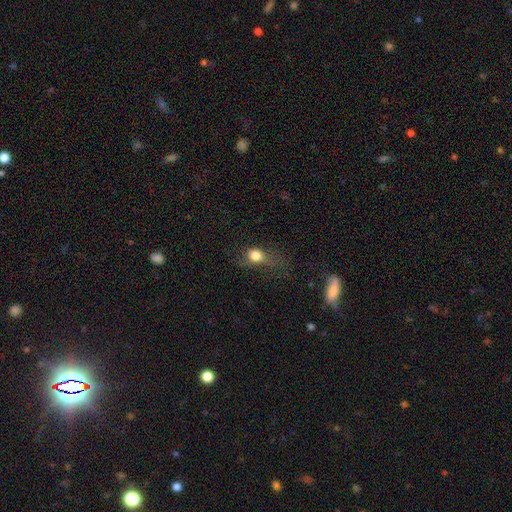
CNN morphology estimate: The model was most divided on "merging": major disturbance: 38%, none: 35%, minor disturbance: 24%, merger: 3%. More confident: smooth or featured — smooth (73%); how rounded — round (56%).